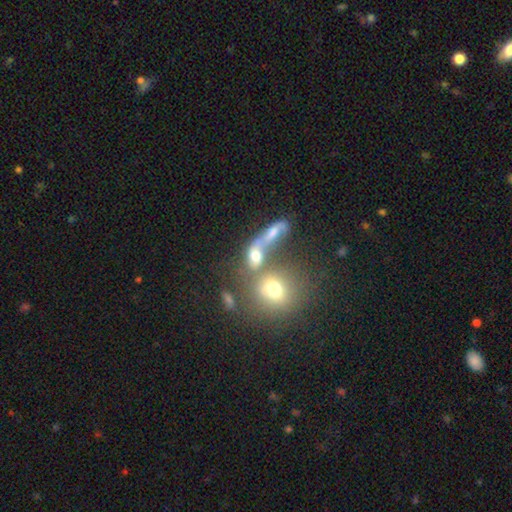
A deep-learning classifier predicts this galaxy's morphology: A smooth galaxy with no disk features (59%) that is in between round and cigar-shaped (49%).

Vote fractions:
- Smooth or featured? smooth: 59% / featured or disk: 24% / star or artifact: 18%
- How rounded? in between: 49% / round: 43% / cigar-shaped: 8%
- Merging? merger: 51% / none: 28% / major disturbance: 11% / minor disturbance: 10%